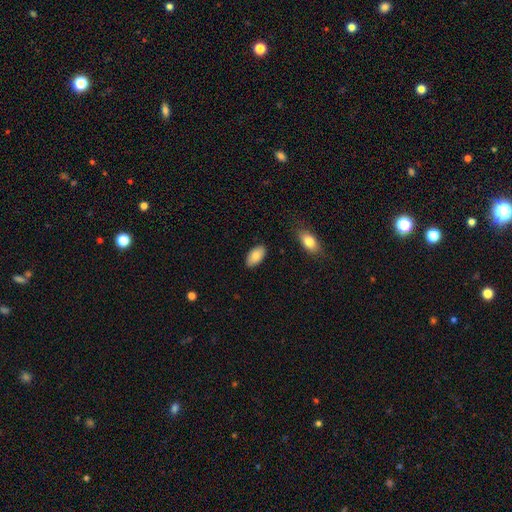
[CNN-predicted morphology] Smooth or featured?
  - smooth: 83% *
  - featured or disk: 11%
  - star or artifact: 6%
How rounded?
  - in between: 95% *
  - round: 3%
  - cigar-shaped: 2%
Merging?
  - none: 86% *
  - minor disturbance: 10%
  - major disturbance: 2%
  - merger: 2%